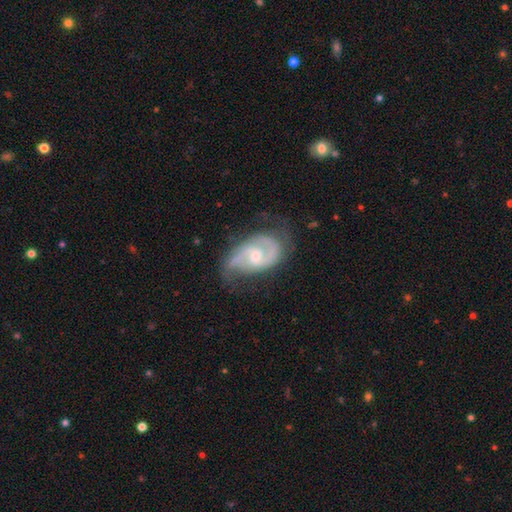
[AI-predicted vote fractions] Morphology: type=featured or disk (87%); edge-on=no (97%); bar=no (48%); spiral arms=yes (96%); winding=medium (51%); arm count=2 (82%); bulge=moderate (50%); merging=none (62%).